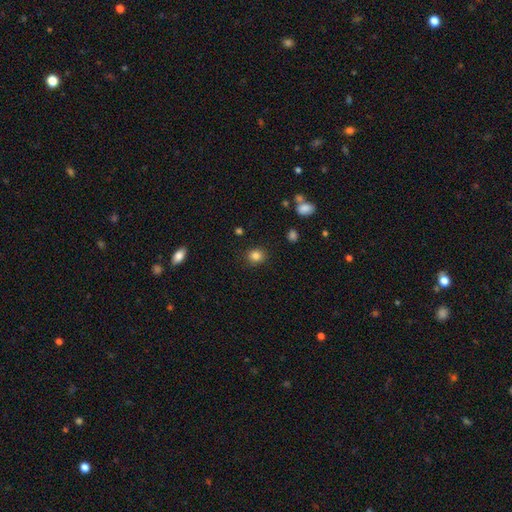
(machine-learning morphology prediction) smooth 83%, star or artifact 12%, featured or disk 5%. Down the decision tree: how rounded — round (79%); merging — none (88%).